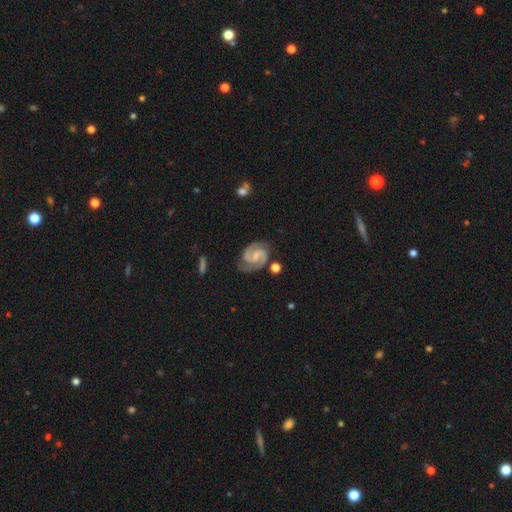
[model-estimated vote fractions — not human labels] Smooth or featured? Predicted: featured or disk (p=0.92). Edge-on disk? Predicted: no (p=0.98). Bar? Predicted: weak (p=0.46). Spiral arms? Predicted: yes (p=0.99). Spiral winding? Predicted: medium (p=0.53). Spiral arm count? Predicted: 2 (p=0.94). Bulge size? Predicted: small (p=0.47). Merging? Predicted: none (p=0.80).